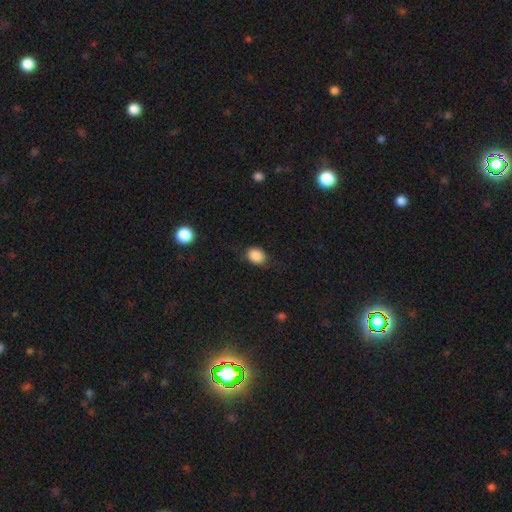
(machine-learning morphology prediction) smooth_or_featured: smooth (p=0.86) [alt: star or artifact p=0.08]
how_rounded: in between (p=0.58) [alt: round p=0.41]
merging: none (p=0.77) [alt: minor disturbance p=0.16]